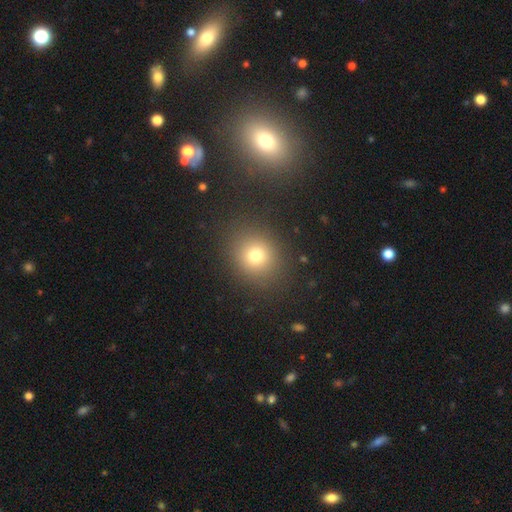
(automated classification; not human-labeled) Smooth or featured? Predicted: smooth (p=0.75). How rounded? Predicted: round (p=0.78). Merging? Predicted: none (p=0.85).